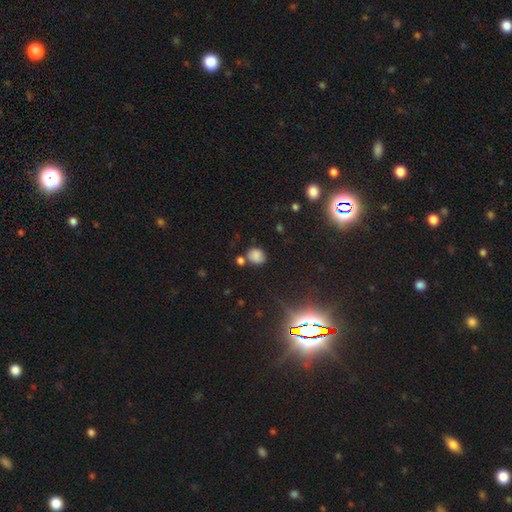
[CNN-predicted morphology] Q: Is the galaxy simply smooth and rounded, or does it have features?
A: smooth — 76%.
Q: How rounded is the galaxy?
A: round — 61%.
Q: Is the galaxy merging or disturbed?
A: none — 66%.